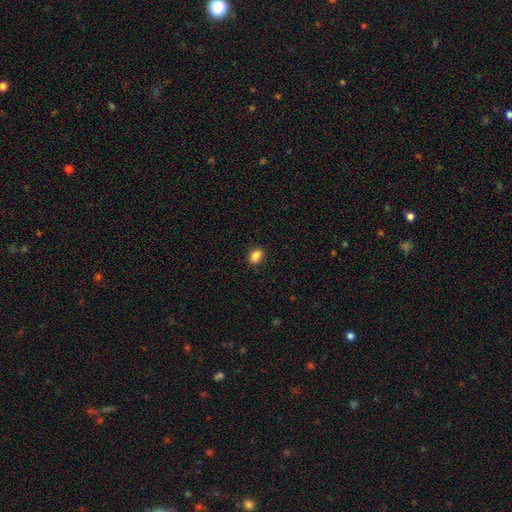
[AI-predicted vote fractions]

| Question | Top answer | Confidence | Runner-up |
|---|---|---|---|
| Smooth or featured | smooth | 87% | star or artifact (9%) |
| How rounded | in between | 64% | round (35%) |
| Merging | none | 90% | minor disturbance (7%) |